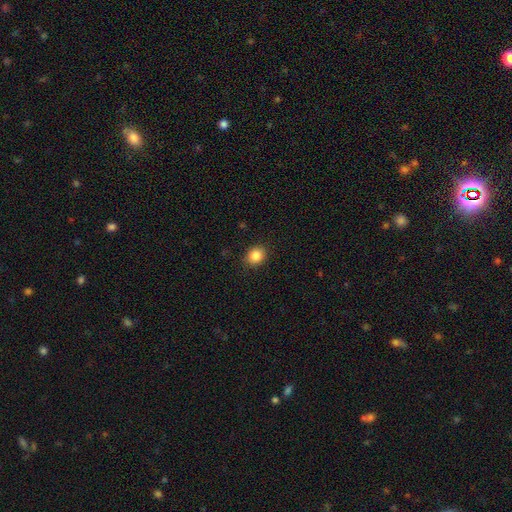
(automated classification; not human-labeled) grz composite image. It shows a smooth galaxy with no disk features (85%) that is round (68%). Merging: none (88%).